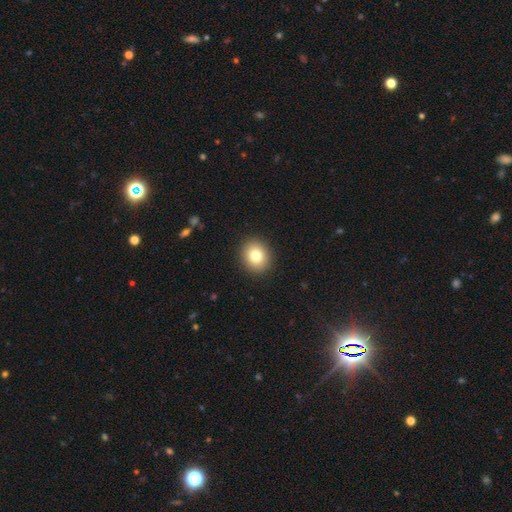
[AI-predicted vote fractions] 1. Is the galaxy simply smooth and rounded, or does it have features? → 81% smooth, 10% star or artifact, 9% featured or disk.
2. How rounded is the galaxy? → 66% round, 33% in between, 1% cigar-shaped.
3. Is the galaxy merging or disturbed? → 91% none, 6% minor disturbance, 2% major disturbance, 1% merger.